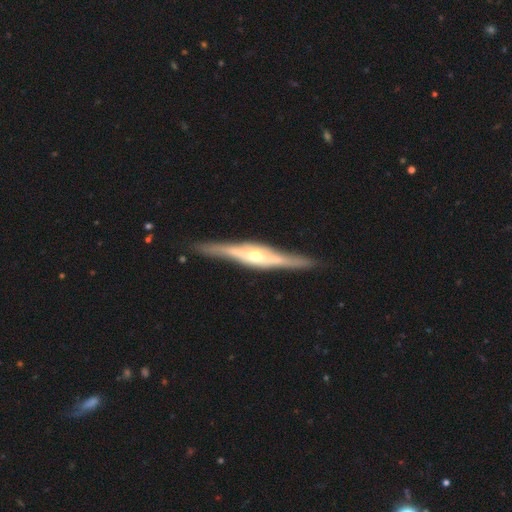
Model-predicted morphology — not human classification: smooth_or_featured: featured or disk (p=0.86) [alt: smooth p=0.10]
disk_edge_on: yes (p=0.96) [alt: no p=0.04]
edge_on_bulge: rounded (p=0.73) [alt: boxy p=0.23]
merging: none (p=0.87) [alt: minor disturbance p=0.09]